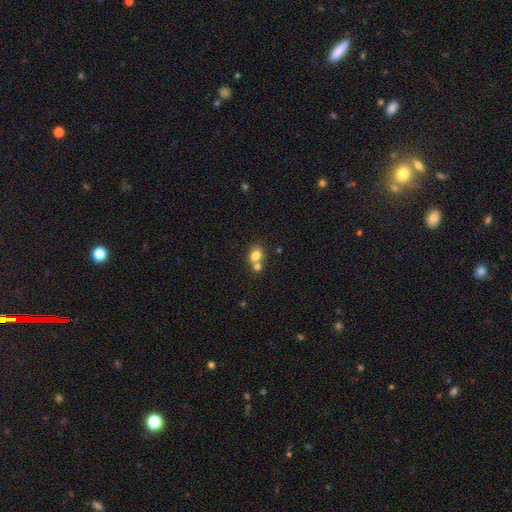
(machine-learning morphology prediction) A smooth galaxy with no disk features (77%) that is in between round and cigar-shaped (56%). Merging: merger (51%).